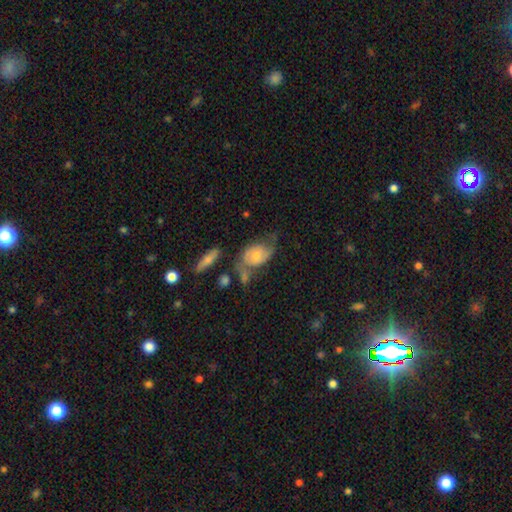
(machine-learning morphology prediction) featured or disk 50%, smooth 43%, star or artifact 7%. Down the decision tree: edge-on disk — no (93%); merging — none (32%).